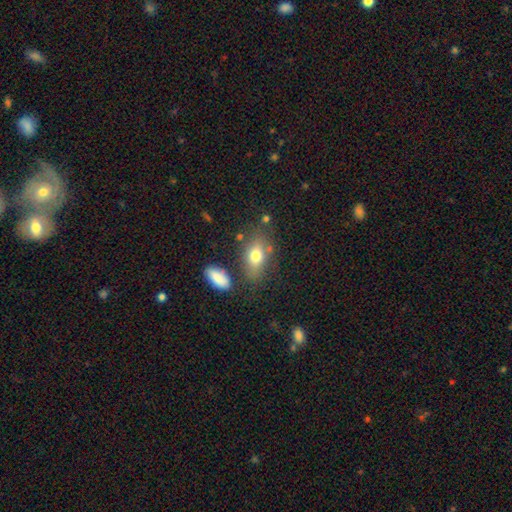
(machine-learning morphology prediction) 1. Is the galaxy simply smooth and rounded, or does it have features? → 74% smooth, 16% featured or disk, 9% star or artifact.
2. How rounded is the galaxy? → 83% in between, 11% round, 6% cigar-shaped.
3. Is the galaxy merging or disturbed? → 70% none, 16% minor disturbance, 8% merger, 6% major disturbance.